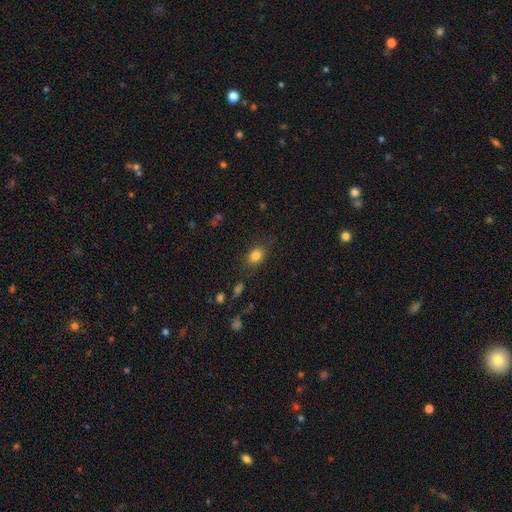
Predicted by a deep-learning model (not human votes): A smooth galaxy with no disk features (82%) that is in between round and cigar-shaped (60%). Merging: none (81%).